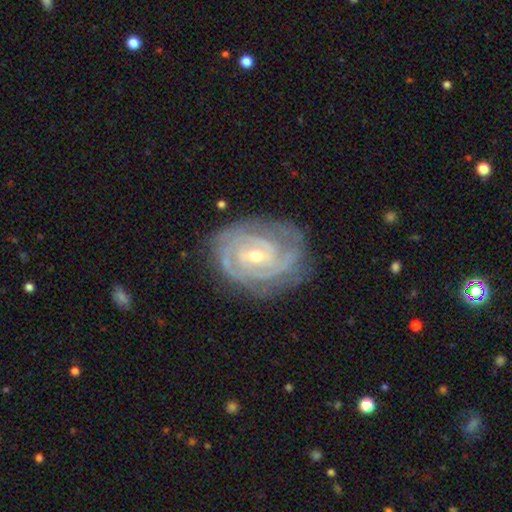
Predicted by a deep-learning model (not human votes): Smooth or featured? Predicted: featured or disk (p=0.89). Edge-on disk? Predicted: no (p=0.97). Bar? Predicted: no (p=0.43). Spiral arms? Predicted: yes (p=0.96). Spiral winding? Predicted: tight (p=0.76). Spiral arm count? Predicted: 2 (p=0.30). Bulge size? Predicted: small (p=0.54). Merging? Predicted: none (p=0.73).